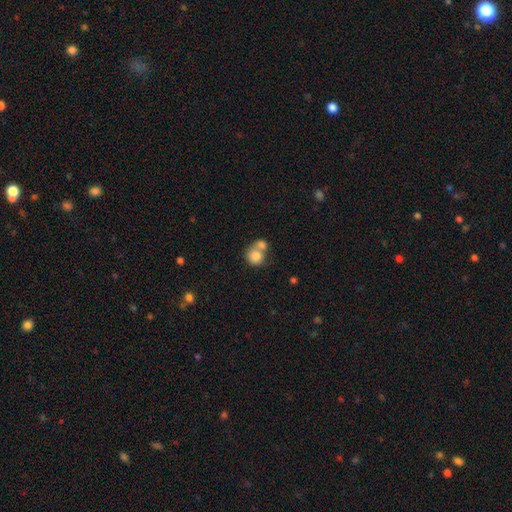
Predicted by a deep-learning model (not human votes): smooth 80%, featured or disk 12%, star or artifact 8%. Down the decision tree: how rounded — round (80%); merging — merger (59%).